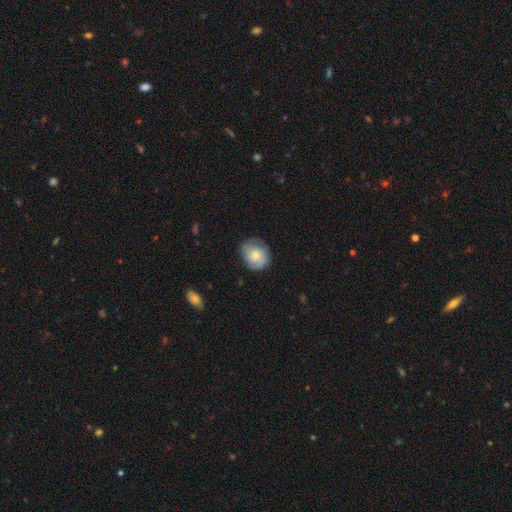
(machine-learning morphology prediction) The model was most divided on "smooth or featured": smooth: 61%, featured or disk: 32%, star or artifact: 7%. More confident: how rounded — round (74%); merging — none (72%).